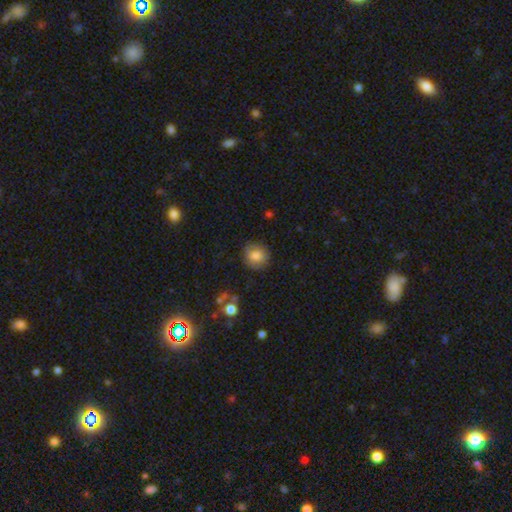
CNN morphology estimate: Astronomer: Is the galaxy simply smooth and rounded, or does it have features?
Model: smooth — 80%.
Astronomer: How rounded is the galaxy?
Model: round — 87%.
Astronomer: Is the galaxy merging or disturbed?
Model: none — 84%.